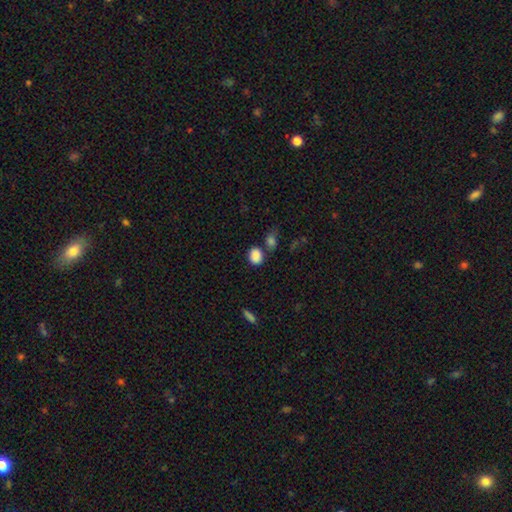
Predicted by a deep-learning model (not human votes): A smooth galaxy with no disk features (87%) that is in between round and cigar-shaped (51%). Merging: none (68%).